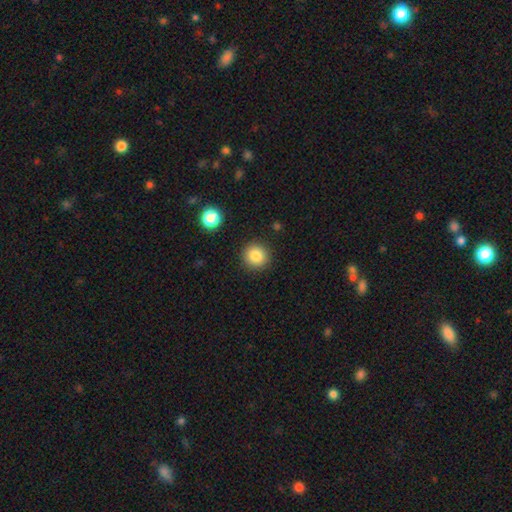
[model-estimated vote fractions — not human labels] A smooth galaxy with no disk features (85%) that is round (94%). Merging: none (90%).